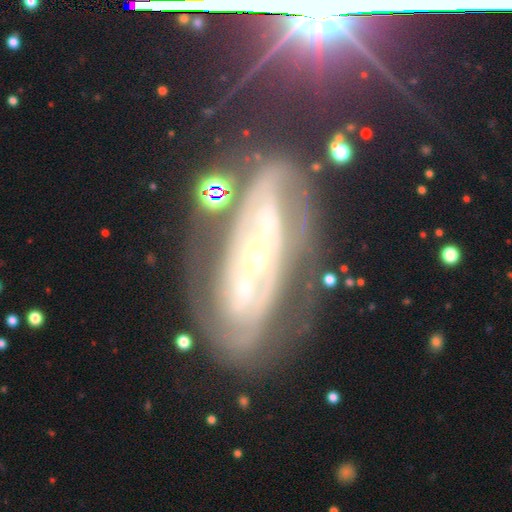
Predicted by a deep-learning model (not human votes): A featured or disk galaxy (82%) with no bar (51%), 2 (43%) tight (65%) spiral arms (88%) and a small central bulge (69%). Merging: none (70%).